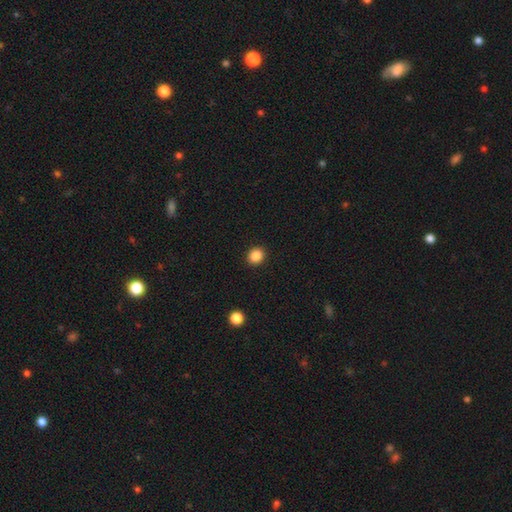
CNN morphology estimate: Smooth or featured: smooth — 87% (star or artifact — 10%)
How rounded: round — 76% (in between — 24%)
Merging: none — 92% (minor disturbance — 5%)